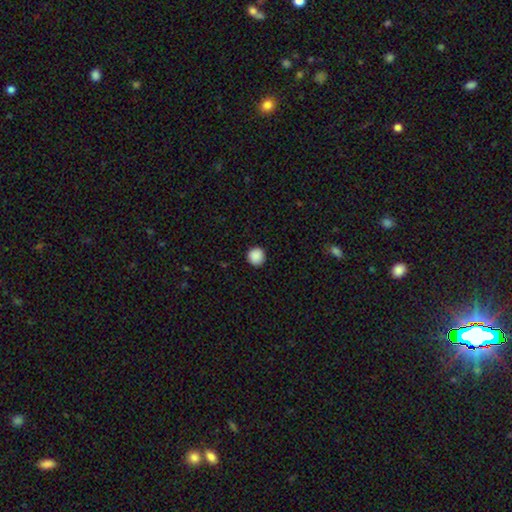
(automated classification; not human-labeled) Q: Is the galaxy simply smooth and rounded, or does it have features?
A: smooth — 89%.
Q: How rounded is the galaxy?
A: round — 94%.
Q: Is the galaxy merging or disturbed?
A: none — 92%.